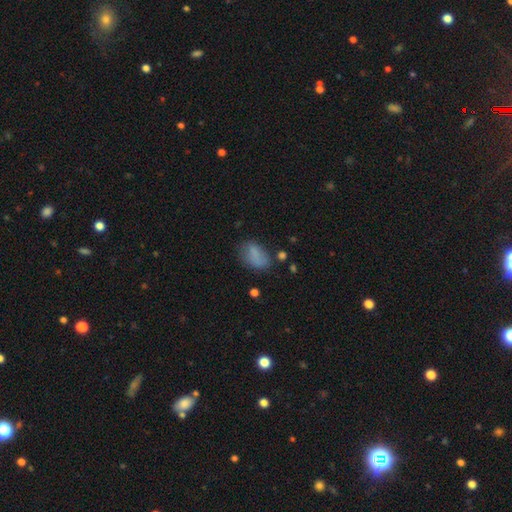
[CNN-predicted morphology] This is likely a smooth galaxy (79%). How rounded: clearly in between (88%). Merging: likely none (60%).